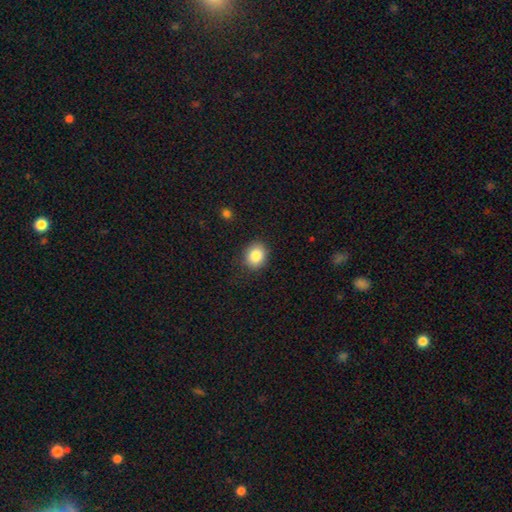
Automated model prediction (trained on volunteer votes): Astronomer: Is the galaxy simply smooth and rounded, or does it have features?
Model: smooth — 85%.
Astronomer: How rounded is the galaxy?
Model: round — 65%.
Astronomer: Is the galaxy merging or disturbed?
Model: none — 86%.